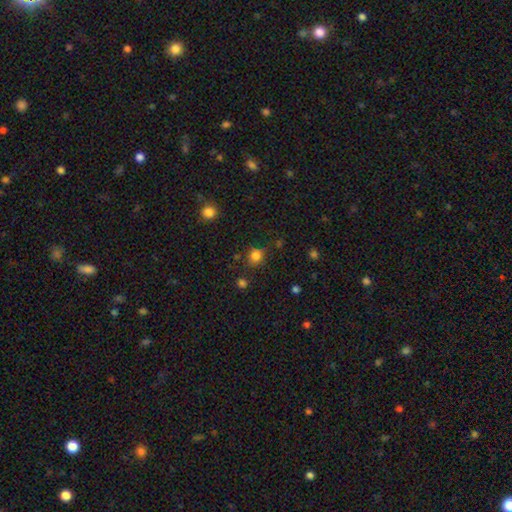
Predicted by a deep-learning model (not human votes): Morphology: type=smooth (81%); roundness=round (80%); merging=none (75%).